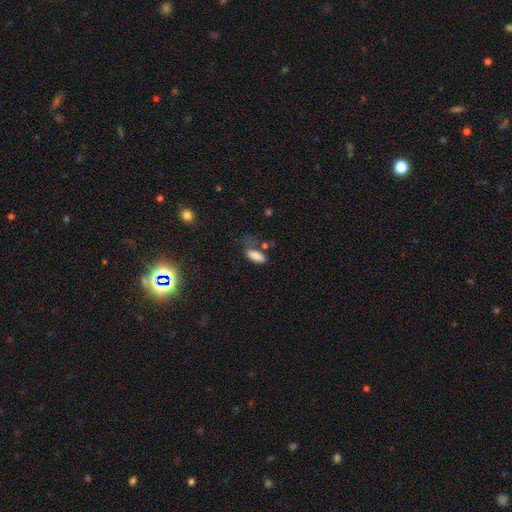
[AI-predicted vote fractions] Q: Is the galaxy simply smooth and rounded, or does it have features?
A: smooth — 83%.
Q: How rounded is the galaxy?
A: in between — 83%.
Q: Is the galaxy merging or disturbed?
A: none — 41%.